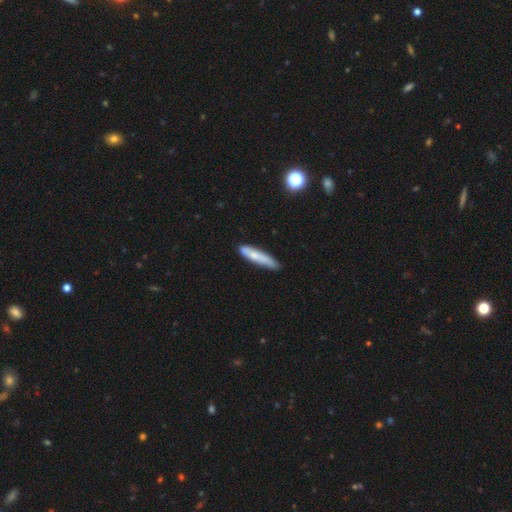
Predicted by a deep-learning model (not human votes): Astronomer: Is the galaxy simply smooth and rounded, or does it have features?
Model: smooth — 67%.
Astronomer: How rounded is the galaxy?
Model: cigar-shaped — 87%.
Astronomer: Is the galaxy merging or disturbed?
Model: none — 73%.